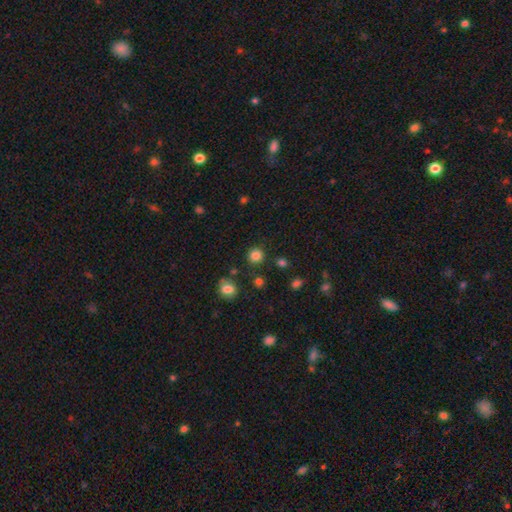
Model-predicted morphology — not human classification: Smooth or featured: smooth — 83% (star or artifact — 13%)
How rounded: round — 92% (in between — 8%)
Merging: none — 87% (minor disturbance — 7%)